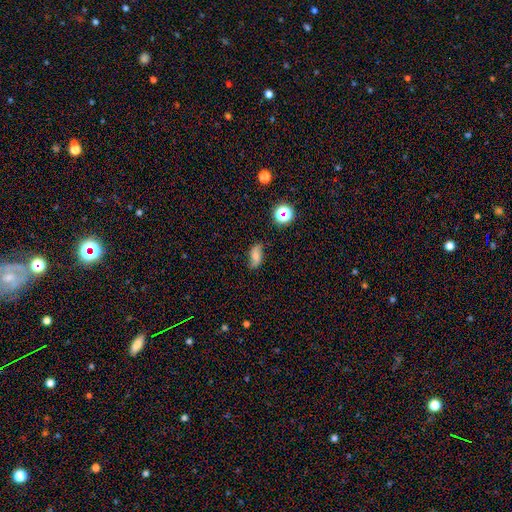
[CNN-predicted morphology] type=smooth (51%); roundness=in between (85%); merging=none (71%).